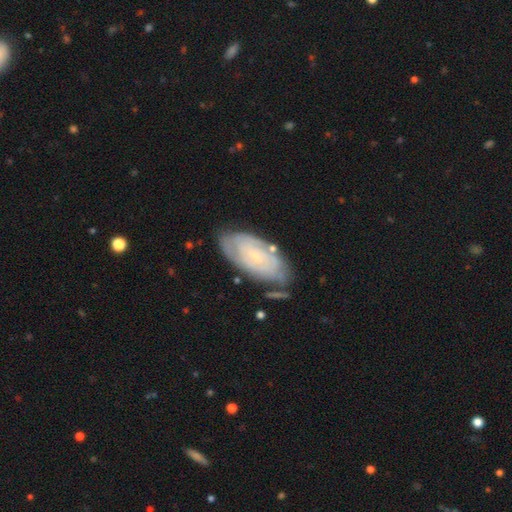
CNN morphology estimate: Smooth or featured? Predicted: featured or disk (p=0.60). Edge-on disk? Predicted: no (p=0.88). Bar? Predicted: no (p=0.74). Spiral arms? Predicted: yes (p=0.82). Bulge size? Predicted: small (p=0.73). Merging? Predicted: none (p=0.76).